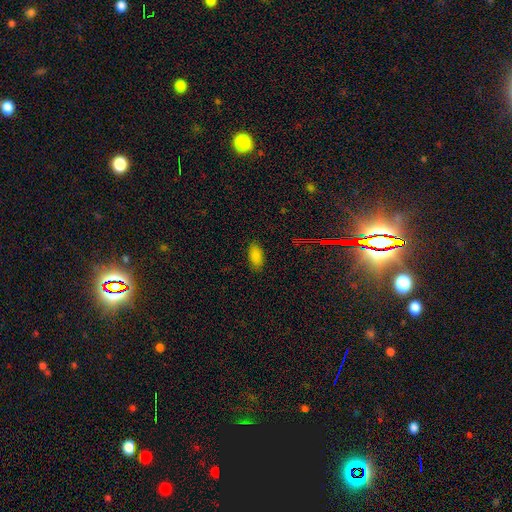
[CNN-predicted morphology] This appears to be a smooth galaxy with no disk features (83%) that is in between round and cigar-shaped (92%). Merging: none (85%).